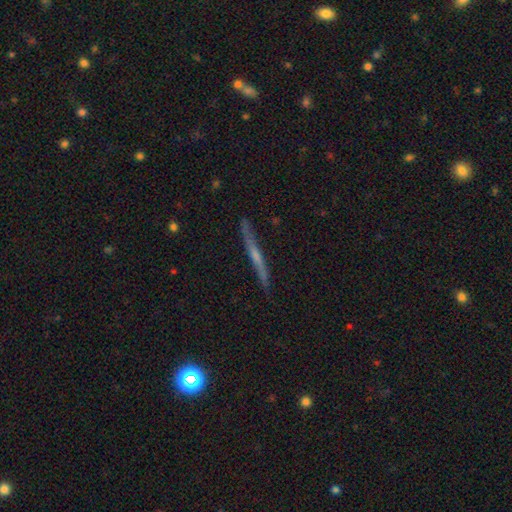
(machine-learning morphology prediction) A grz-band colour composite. It shows a featured or disk galaxy (62%) viewed edge-on (95%) with no central bulge (60%). Merging: none (85%).